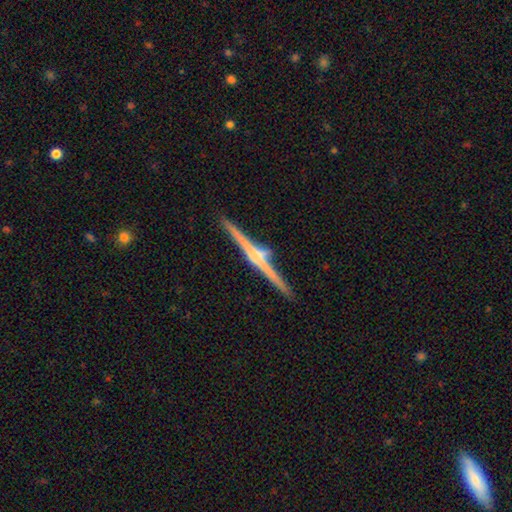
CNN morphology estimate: This appears to be a featured or disk galaxy (85%) viewed edge-on (99%) with a rounded central bulge (89%). Merging: none (87%).